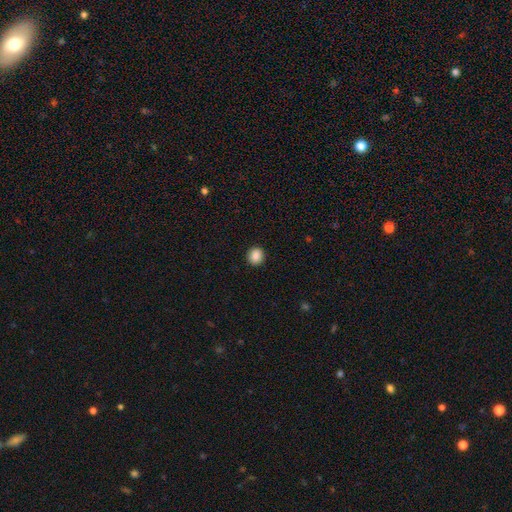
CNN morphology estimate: Smooth or featured: smooth — 88% (star or artifact — 9%)
How rounded: round — 82% (in between — 17%)
Merging: none — 92% (minor disturbance — 5%)